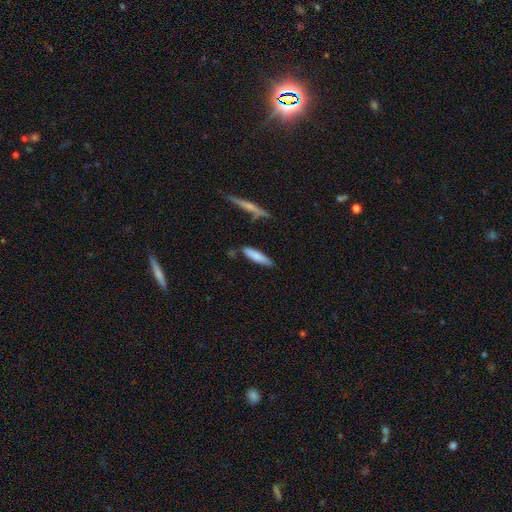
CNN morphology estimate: Q: Smooth or featured?
A: smooth (78%); runner-up: featured or disk (15%)
Q: How rounded?
A: cigar-shaped (73%); runner-up: in between (26%)
Q: Merging?
A: none (77%); runner-up: minor disturbance (15%)